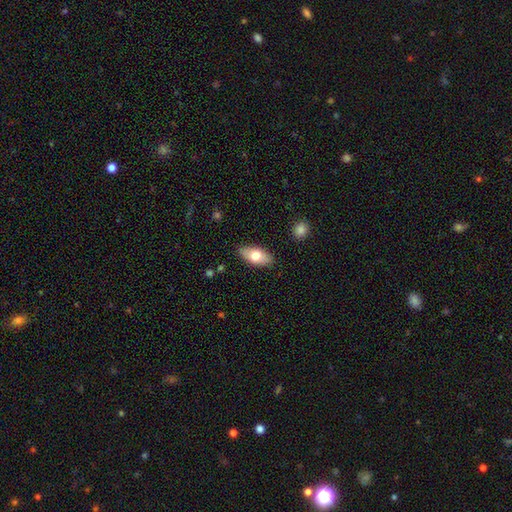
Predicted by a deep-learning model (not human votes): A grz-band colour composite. It shows a smooth galaxy with no disk features (70%) that is in between round and cigar-shaped (89%). Merging: none (85%).